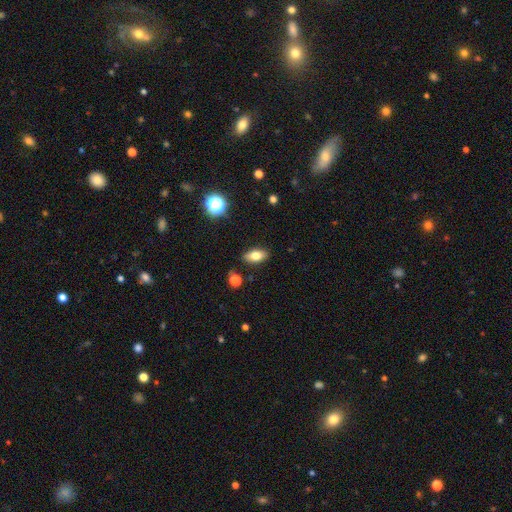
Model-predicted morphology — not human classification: type=smooth (76%); roundness=in between (87%); merging=none (86%).